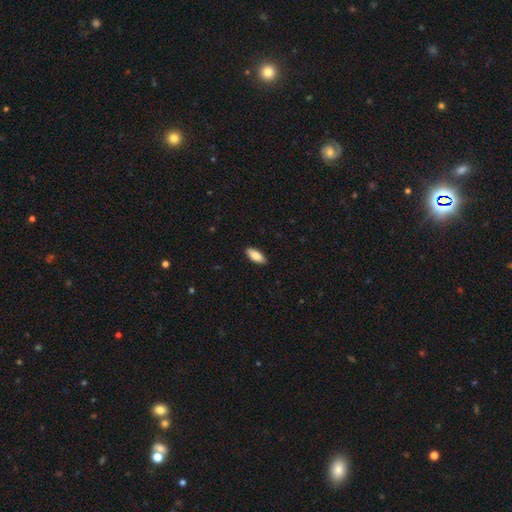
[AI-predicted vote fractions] Morphology: type=smooth (82%); roundness=in between (82%); merging=none (90%).